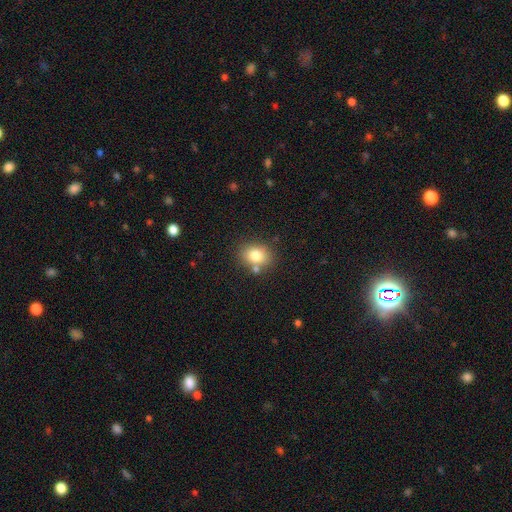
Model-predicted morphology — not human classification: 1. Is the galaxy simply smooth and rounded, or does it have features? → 80% smooth, 10% star or artifact, 10% featured or disk.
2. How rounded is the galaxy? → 52% in between, 47% round, 1% cigar-shaped.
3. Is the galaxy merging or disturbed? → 73% none, 13% minor disturbance, 11% merger, 4% major disturbance.